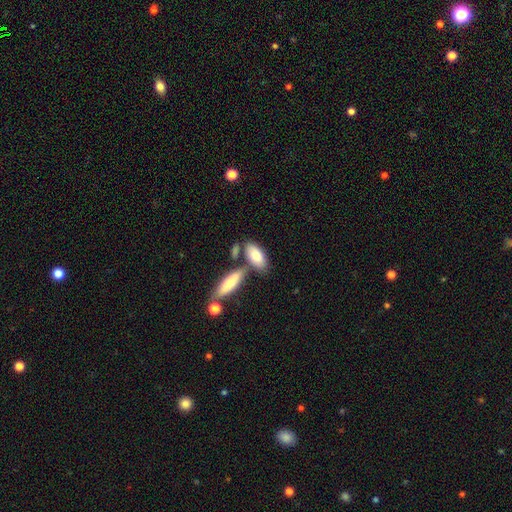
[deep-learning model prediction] Morphology: type=smooth (79%); roundness=in between (83%); merging=none (55%).